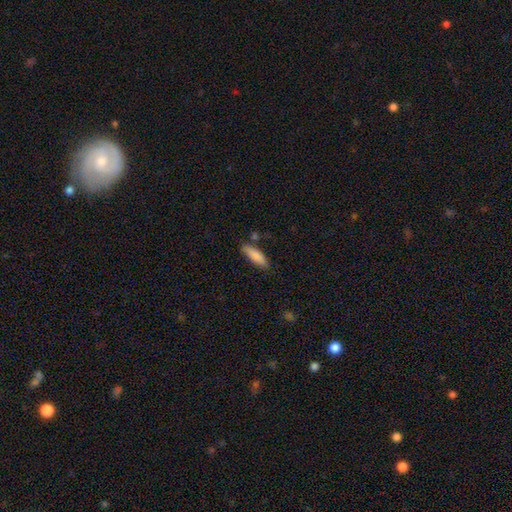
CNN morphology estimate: Smooth or featured? smooth (86%)
How rounded? in between (53%)
Merging? none (78%)